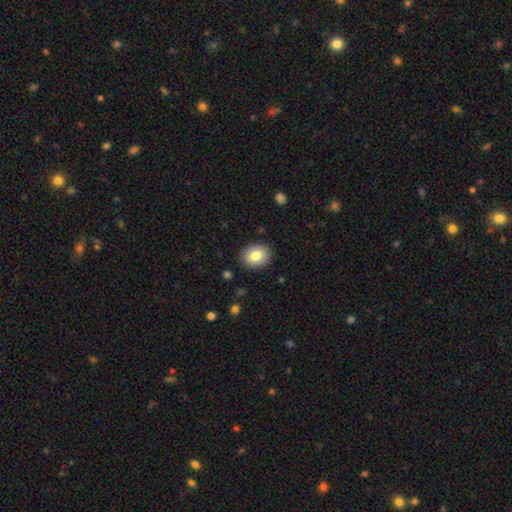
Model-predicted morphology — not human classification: A smooth galaxy with no disk features (82%) that is in between round and cigar-shaped (52%).

Vote fractions:
- Smooth or featured? smooth: 82% / featured or disk: 10% / star or artifact: 8%
- How rounded? in between: 52% / round: 47% / cigar-shaped: 1%
- Merging? none: 88% / minor disturbance: 8% / major disturbance: 2% / merger: 1%